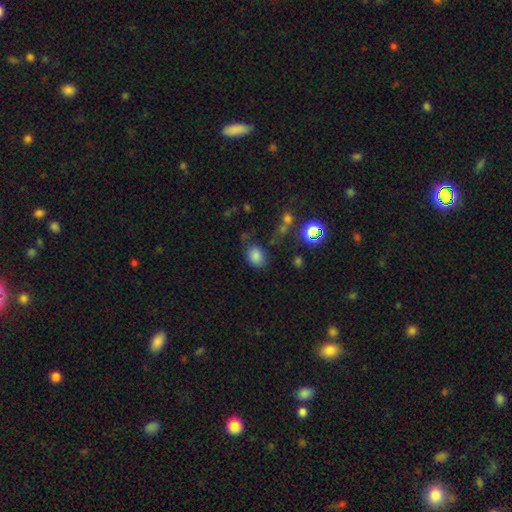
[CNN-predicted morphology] smooth-or-featured: smooth: 81% | star or artifact: 14% | featured or disk: 6%
  how-rounded: in between: 58% | round: 41% | cigar-shaped: 1%
  merging: none: 71% | minor disturbance: 18% | major disturbance: 6% | merger: 5%